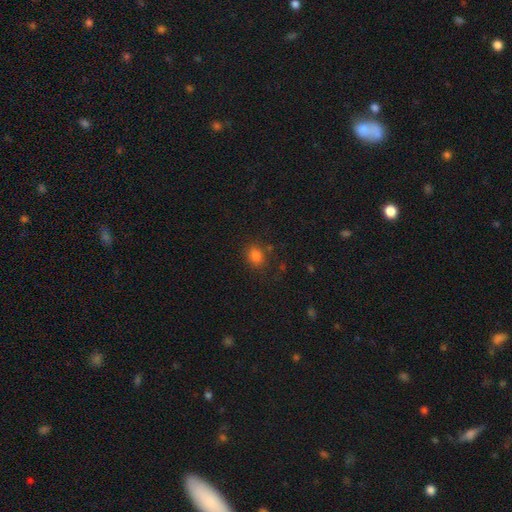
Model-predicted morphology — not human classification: type=smooth (81%); roundness=round (59%); merging=none (79%).